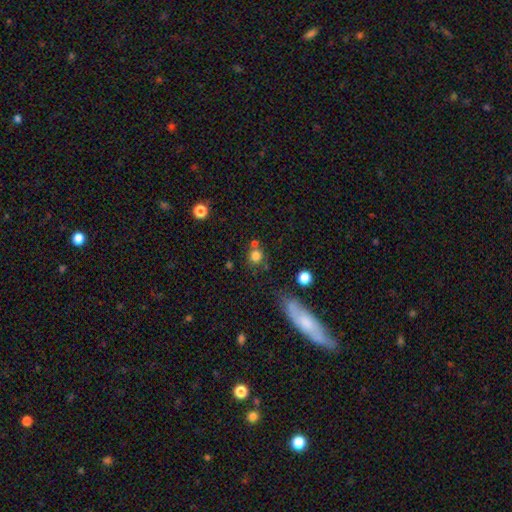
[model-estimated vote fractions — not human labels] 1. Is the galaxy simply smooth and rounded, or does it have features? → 78% smooth, 14% star or artifact, 8% featured or disk.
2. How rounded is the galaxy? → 88% round, 11% in between, 1% cigar-shaped.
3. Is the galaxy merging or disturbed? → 64% none, 22% merger, 10% minor disturbance, 4% major disturbance.